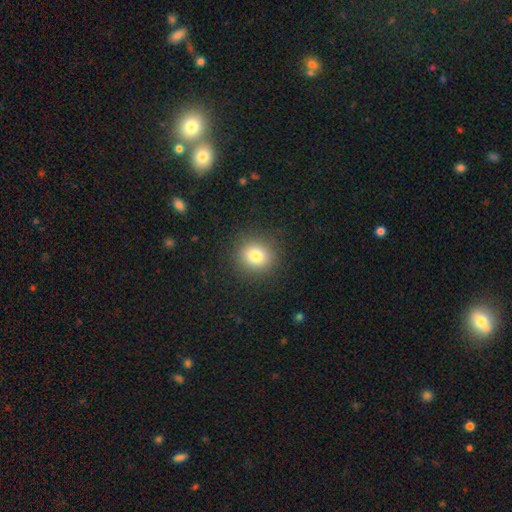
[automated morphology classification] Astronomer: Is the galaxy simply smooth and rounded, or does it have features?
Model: smooth — 80%.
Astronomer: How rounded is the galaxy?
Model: round — 84%.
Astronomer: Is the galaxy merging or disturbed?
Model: none — 90%.